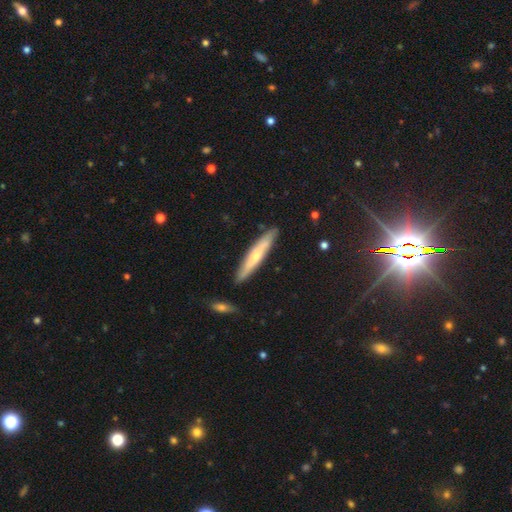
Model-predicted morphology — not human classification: type=featured or disk (48%); merging=none (87%).